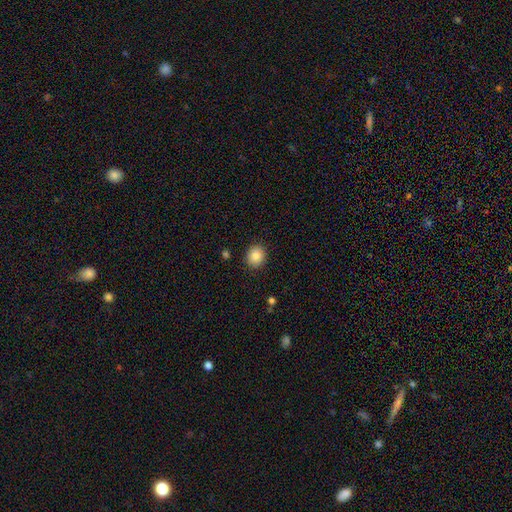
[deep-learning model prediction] Smooth or featured?
  - smooth: 86% *
  - star or artifact: 9%
  - featured or disk: 5%
How rounded?
  - round: 77% *
  - in between: 22%
  - cigar-shaped: 1%
Merging?
  - none: 90% *
  - minor disturbance: 7%
  - major disturbance: 2%
  - merger: 1%